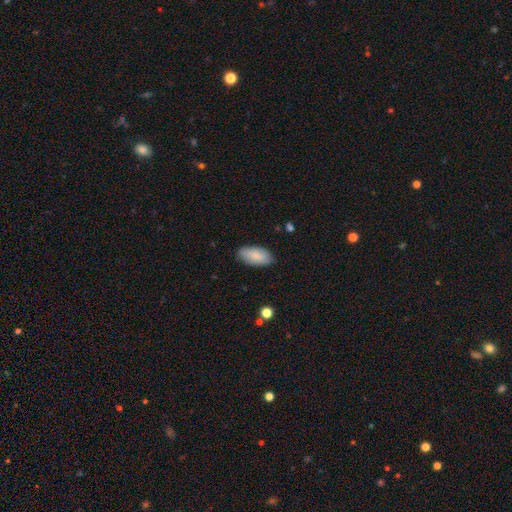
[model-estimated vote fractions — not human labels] Smooth or featured? smooth (86%)
How rounded? in between (93%)
Merging? none (84%)